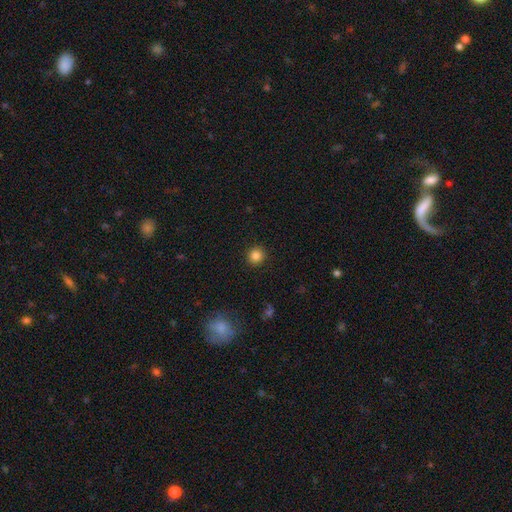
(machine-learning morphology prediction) smooth-or-featured: smooth: 85% | star or artifact: 11% | featured or disk: 4%
  how-rounded: round: 93% | in between: 6% | cigar-shaped: 1%
  merging: none: 92% | minor disturbance: 5% | major disturbance: 2% | merger: 1%